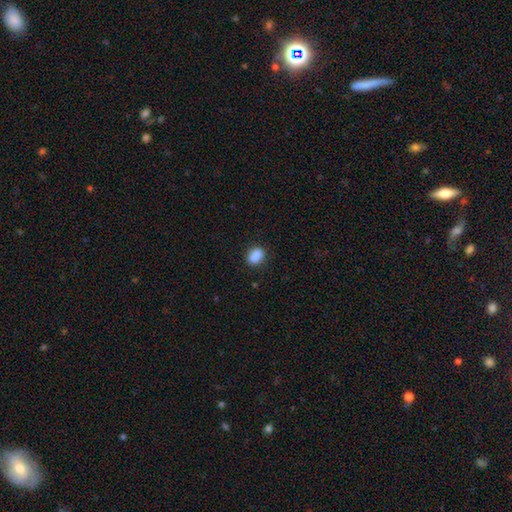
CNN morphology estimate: Smooth or featured? Predicted: smooth (p=0.88). How rounded? Predicted: in between (p=0.73). Merging? Predicted: none (p=0.83).